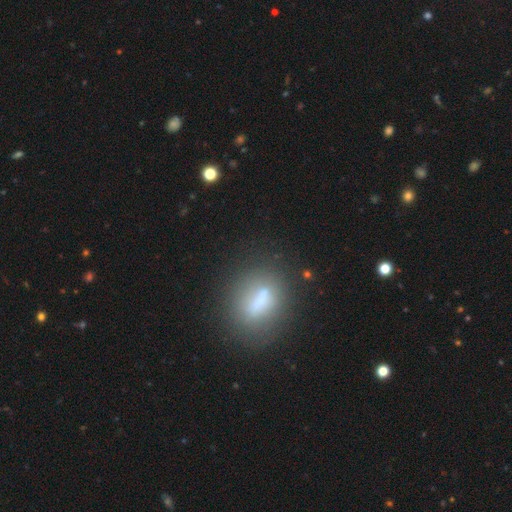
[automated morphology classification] This appears to be a smooth galaxy with no disk features (67%) that is in between round and cigar-shaped (68%). Merging: none (84%).